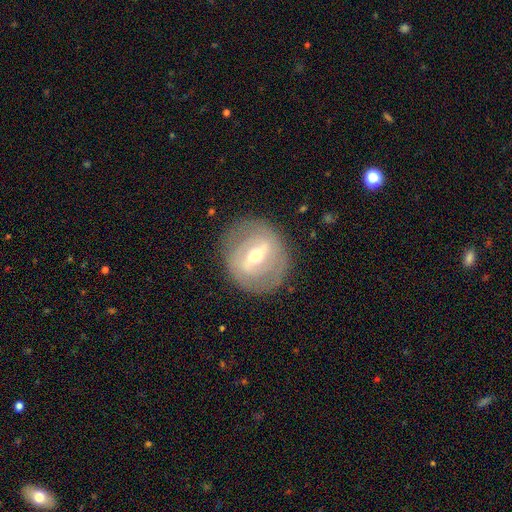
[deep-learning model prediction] Smooth or featured: featured or disk — 78% (smooth — 16%)
Edge-on disk: no — 91% (yes — 9%)
Bar: strong — 59% (weak — 33%)
Spiral arms: yes — 62% (no — 38%)
Bulge size: moderate — 59% (small — 35%)
Merging: none — 82% (minor disturbance — 11%)